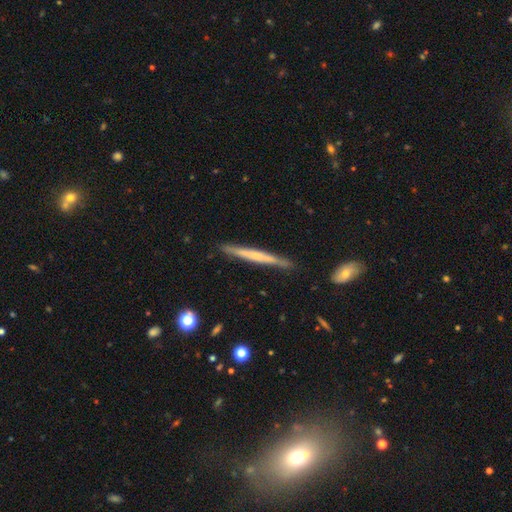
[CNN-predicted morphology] This appears to be a featured or disk galaxy (57%) viewed edge-on (96%) with no central bulge (62%). Merging: none (87%).